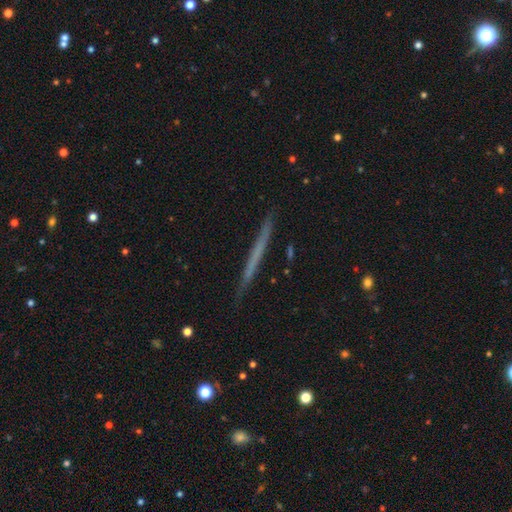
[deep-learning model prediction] This appears to be a featured or disk galaxy (49%). Merging: none (90%).